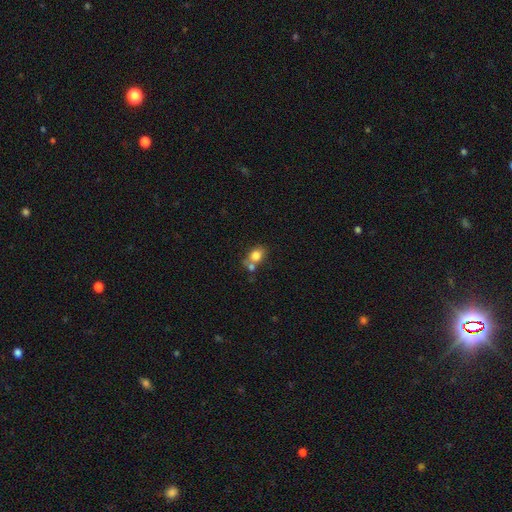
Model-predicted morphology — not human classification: smooth-or-featured: smooth: 79% | featured or disk: 11% | star or artifact: 10%
  how-rounded: round: 51% | in between: 48% | cigar-shaped: 1%
  merging: none: 44% | merger: 38% | minor disturbance: 13% | major disturbance: 5%